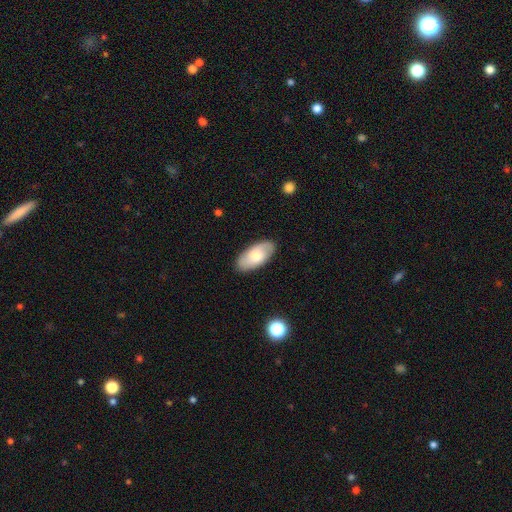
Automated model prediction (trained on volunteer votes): Smooth or featured?
  - smooth: 65% *
  - featured or disk: 28%
  - star or artifact: 6%
How rounded?
  - in between: 93% *
  - cigar-shaped: 4%
  - round: 3%
Merging?
  - none: 86% *
  - minor disturbance: 10%
  - major disturbance: 2%
  - merger: 1%